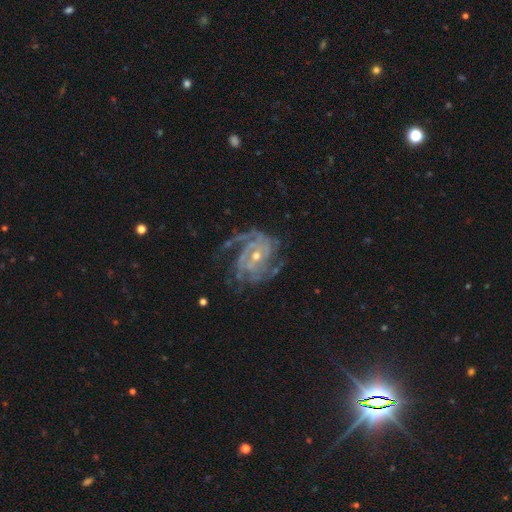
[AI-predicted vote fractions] smooth_or_featured: featured or disk (p=0.90) [alt: star or artifact p=0.06]
disk_edge_on: no (p=0.98) [alt: yes p=0.02]
bar: no (p=0.55) [alt: weak p=0.33]
has_spiral_arms: yes (p=0.97) [alt: no p=0.03]
spiral_winding: tight (p=0.52) [alt: medium p=0.37]
spiral_arm_count: 2 (p=0.28) [alt: 3 p=0.25]
bulge_size: small (p=0.53) [alt: moderate p=0.43]
merging: none (p=0.62) [alt: minor disturbance p=0.20]